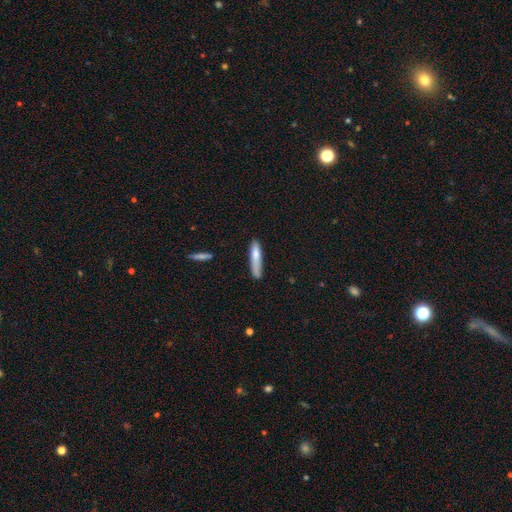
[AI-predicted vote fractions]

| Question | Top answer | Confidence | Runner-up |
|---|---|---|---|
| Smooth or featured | smooth | 76% | featured or disk (17%) |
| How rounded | cigar-shaped | 85% | in between (13%) |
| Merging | none | 63% | minor disturbance (26%) |